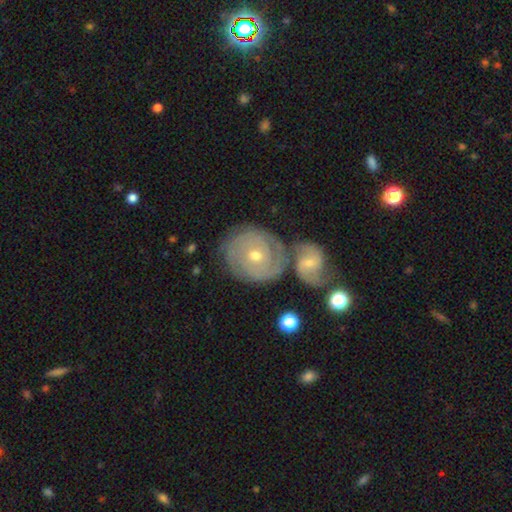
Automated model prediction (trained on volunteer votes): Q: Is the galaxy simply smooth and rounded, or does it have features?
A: featured or disk — 76%.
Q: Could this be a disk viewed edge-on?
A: no — 97%.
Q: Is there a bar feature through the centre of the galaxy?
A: no — 73%.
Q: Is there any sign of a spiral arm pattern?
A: yes — 90%.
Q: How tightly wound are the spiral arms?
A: tight — 75%.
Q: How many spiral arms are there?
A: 2 — 44%.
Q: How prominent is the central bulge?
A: moderate — 50%.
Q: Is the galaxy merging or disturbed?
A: none — 52%.